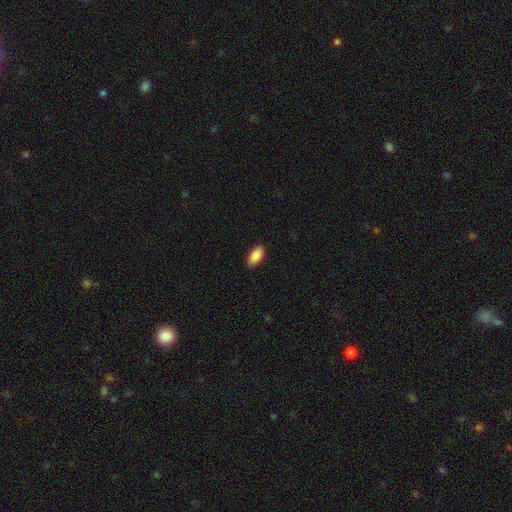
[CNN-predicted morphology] Overall: smooth (89%). How rounded: in between (94%). Merging: none (89%).